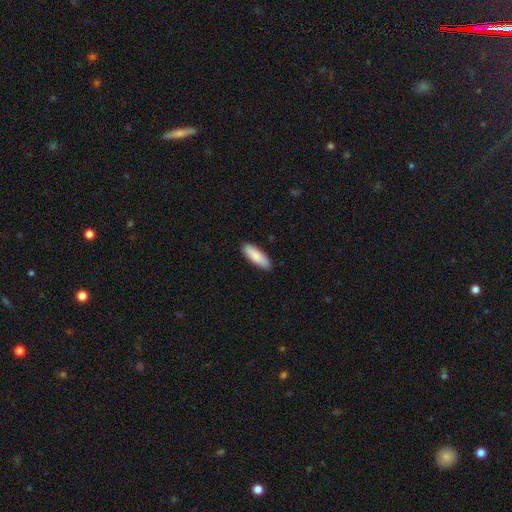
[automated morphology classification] Smooth or featured: smooth — 87% (featured or disk — 8%)
How rounded: in between — 51% (cigar-shaped — 48%)
Merging: none — 90% (minor disturbance — 8%)